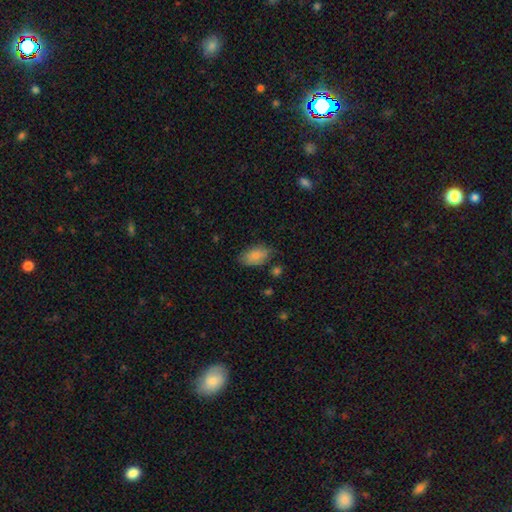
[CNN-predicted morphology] smooth 84%, featured or disk 9%, star or artifact 7%. Down the decision tree: how rounded — in between (93%); merging — none (71%).